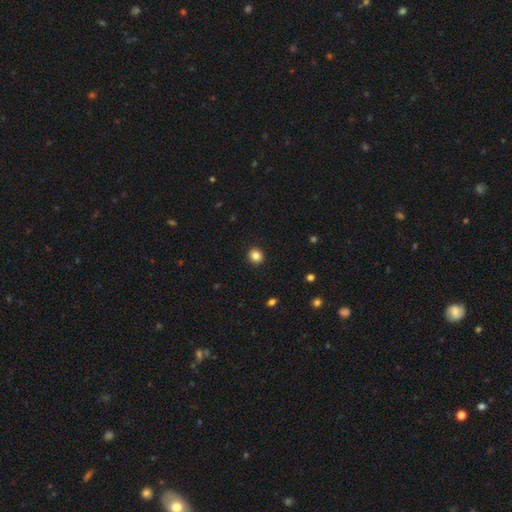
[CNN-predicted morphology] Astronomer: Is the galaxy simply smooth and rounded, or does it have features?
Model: smooth — 84%.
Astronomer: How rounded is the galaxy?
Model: round — 89%.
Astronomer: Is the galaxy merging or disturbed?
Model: none — 92%.